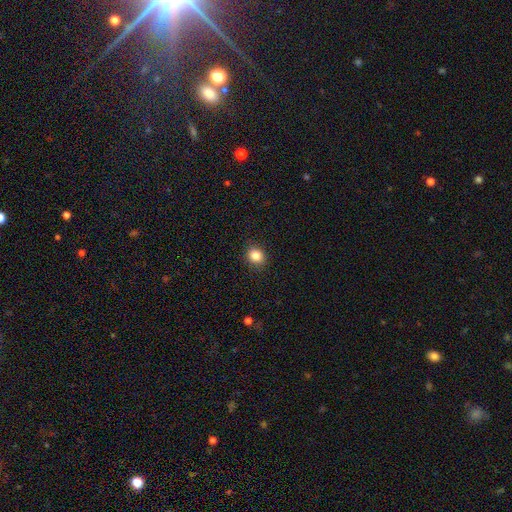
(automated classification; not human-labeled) smooth 85%, star or artifact 10%, featured or disk 5%. Down the decision tree: how rounded — round (69%); merging — none (89%).